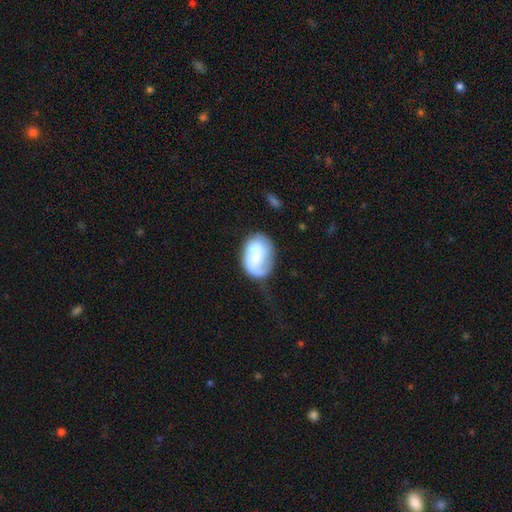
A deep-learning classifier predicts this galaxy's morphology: type=featured or disk (51%); edge-on=no (97%); bar=no (57%); spiral arms=yes (72%); bulge=small (35%); merging=none (45%).